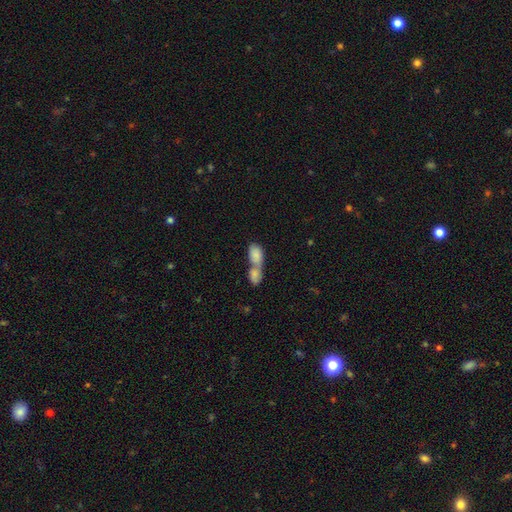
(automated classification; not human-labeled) smooth_or_featured: smooth (p=0.80) [alt: featured or disk p=0.13]
how_rounded: in between (p=0.85) [alt: round p=0.10]
merging: merger (p=0.80) [alt: none p=0.12]